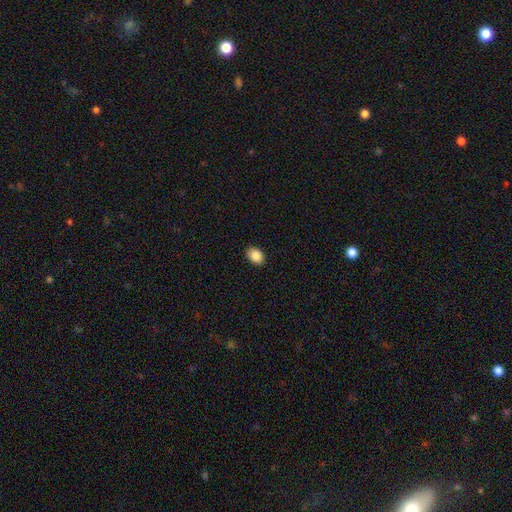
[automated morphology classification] smooth_or_featured: smooth (p=0.87) [alt: star or artifact p=0.08]
how_rounded: in between (p=0.75) [alt: round p=0.24]
merging: none (p=0.90) [alt: minor disturbance p=0.08]